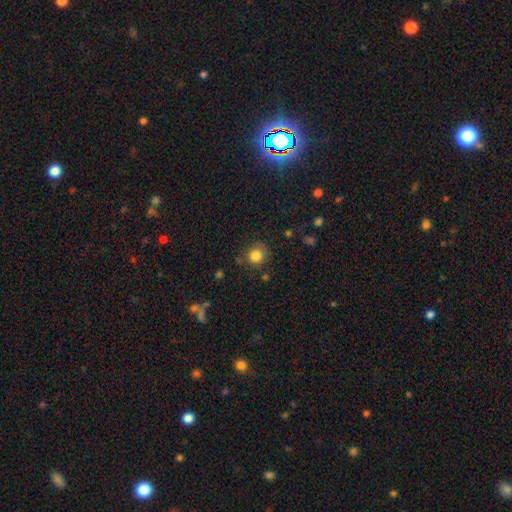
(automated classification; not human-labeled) Smooth or featured: smooth — 83% (star or artifact — 11%)
How rounded: round — 88% (in between — 11%)
Merging: none — 77% (minor disturbance — 15%)